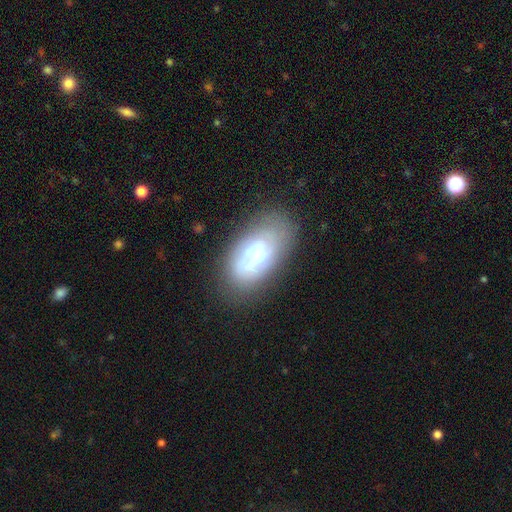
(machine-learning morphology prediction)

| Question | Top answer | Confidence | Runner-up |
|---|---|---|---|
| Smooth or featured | featured or disk | 52% | smooth (38%) |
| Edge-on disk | no | 93% | yes (7%) |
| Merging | none | 59% | minor disturbance (23%) |